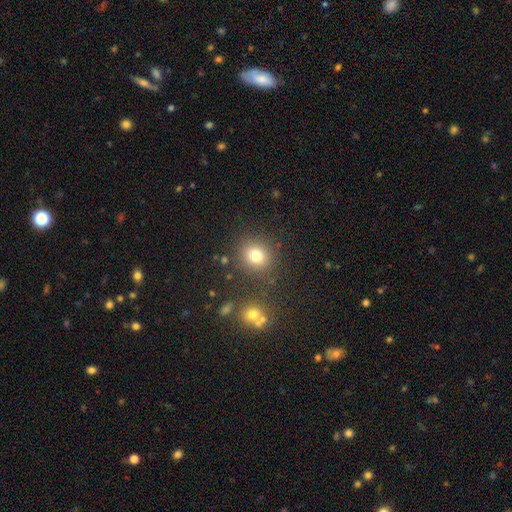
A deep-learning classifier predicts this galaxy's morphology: type=smooth (78%); roundness=round (83%); merging=none (83%).